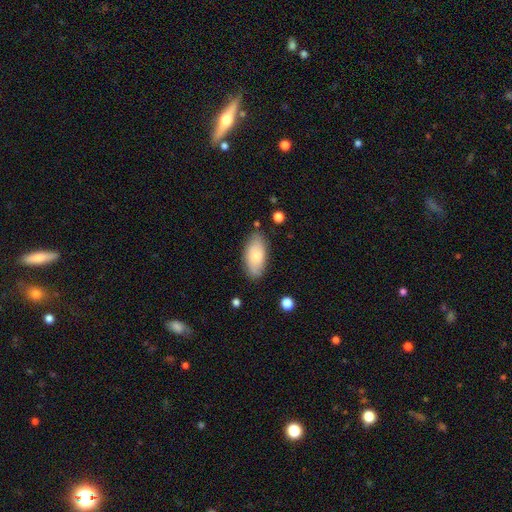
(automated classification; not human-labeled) Smooth or featured?
  - smooth: 66% *
  - featured or disk: 27%
  - star or artifact: 7%
How rounded?
  - in between: 91% *
  - cigar-shaped: 6%
  - round: 3%
Merging?
  - none: 79% *
  - minor disturbance: 16%
  - major disturbance: 3%
  - merger: 2%